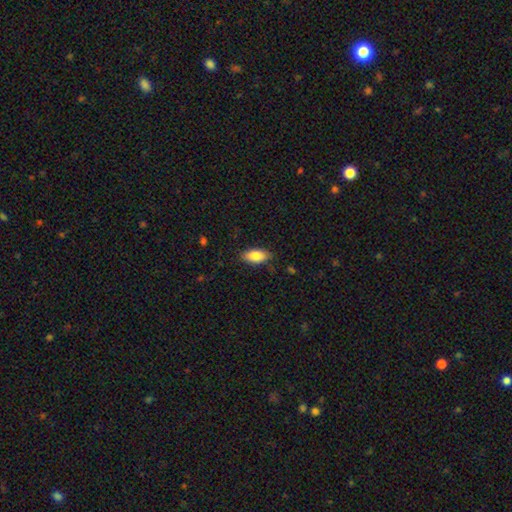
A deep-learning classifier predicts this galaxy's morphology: Smooth or featured: smooth — 86% (featured or disk — 7%)
How rounded: in between — 91% (cigar-shaped — 6%)
Merging: none — 82% (minor disturbance — 14%)